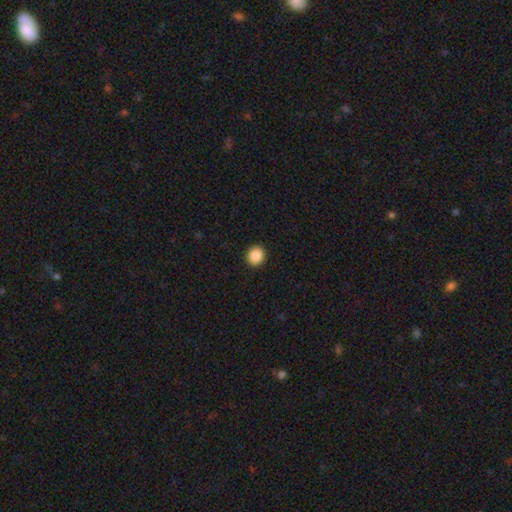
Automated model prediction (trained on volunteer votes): A smooth galaxy with no disk features (88%) that is round (85%).

Vote fractions:
- Smooth or featured? smooth: 88% / star or artifact: 9% / featured or disk: 3%
- How rounded? round: 85% / in between: 14% / cigar-shaped: 1%
- Merging? none: 93% / minor disturbance: 5% / major disturbance: 2% / merger: 1%